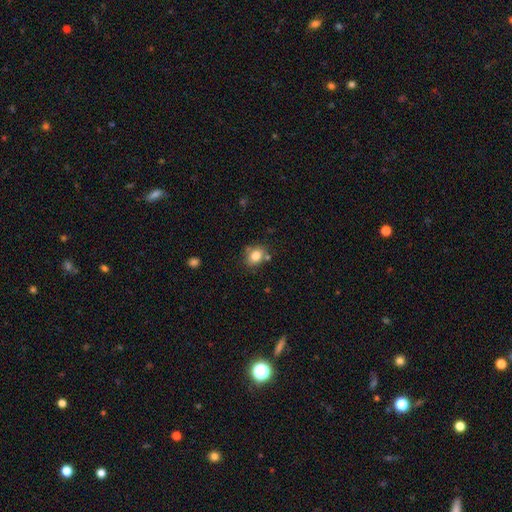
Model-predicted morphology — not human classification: Smooth or featured? smooth (82%)
How rounded? in between (52%)
Merging? none (70%)